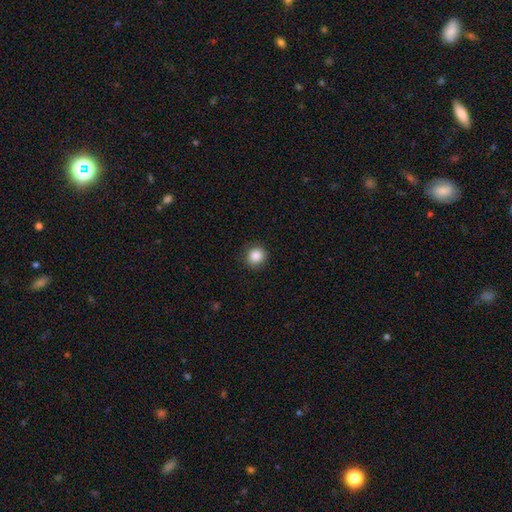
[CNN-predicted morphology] type=smooth (87%); roundness=round (88%); merging=none (89%).